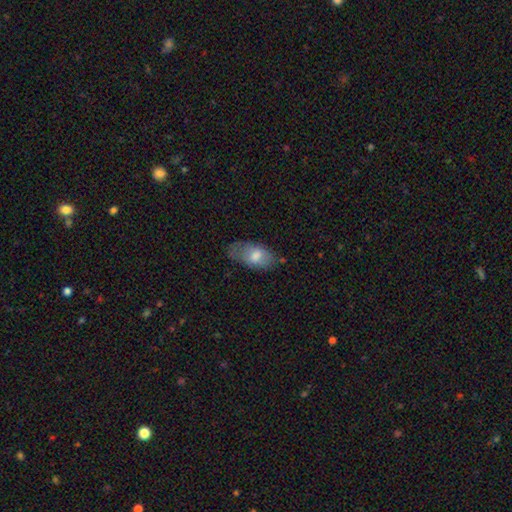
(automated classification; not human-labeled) Smooth or featured: smooth — 68% (featured or disk — 25%)
How rounded: in between — 91% (cigar-shaped — 5%)
Merging: none — 58% (minor disturbance — 28%)